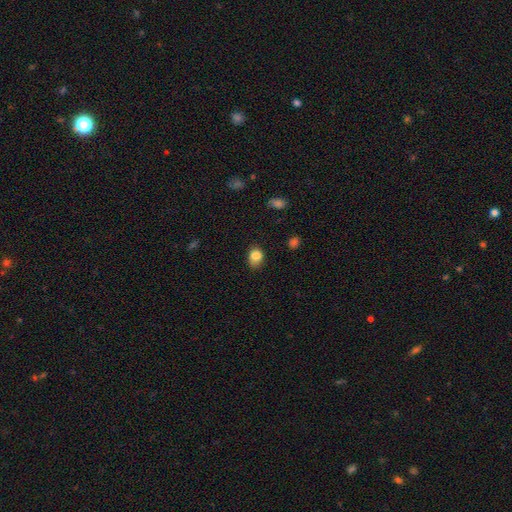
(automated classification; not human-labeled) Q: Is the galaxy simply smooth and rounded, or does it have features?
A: smooth — 83%.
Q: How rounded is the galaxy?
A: in between — 64%.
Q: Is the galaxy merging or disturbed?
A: none — 65%.